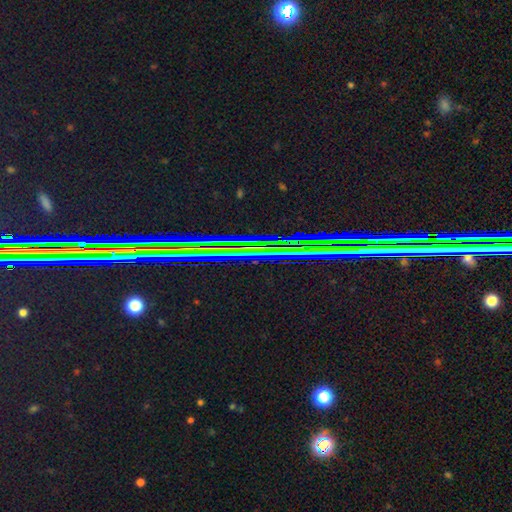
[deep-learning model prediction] Overall: star or artifact (79%).